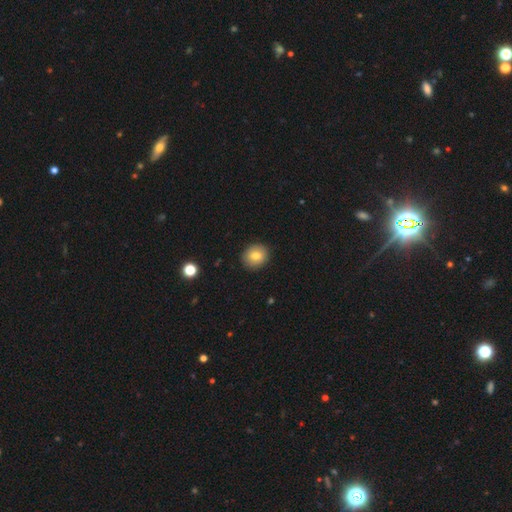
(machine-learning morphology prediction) smooth-or-featured: smooth: 79% | featured or disk: 12% | star or artifact: 9%
  how-rounded: round: 74% | in between: 25% | cigar-shaped: 1%
  merging: none: 90% | minor disturbance: 7% | major disturbance: 2% | merger: 1%